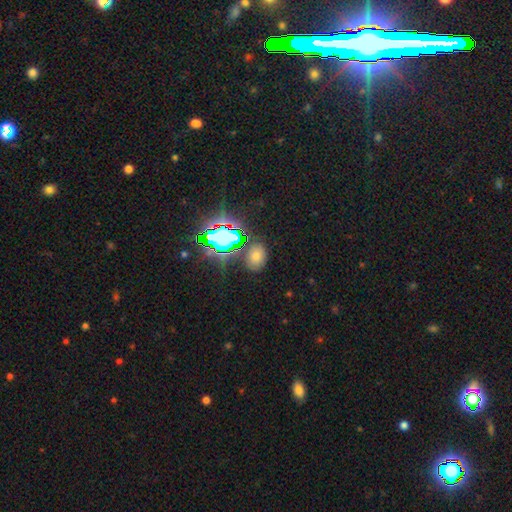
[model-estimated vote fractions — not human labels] A smooth galaxy with no disk features (52%) that is in between round and cigar-shaped (70%).

Vote fractions:
- Smooth or featured? smooth: 52% / star or artifact: 37% / featured or disk: 10%
- How rounded? in between: 70% / round: 28% / cigar-shaped: 1%
- Merging? none: 79% / minor disturbance: 12% / merger: 5% / major disturbance: 4%